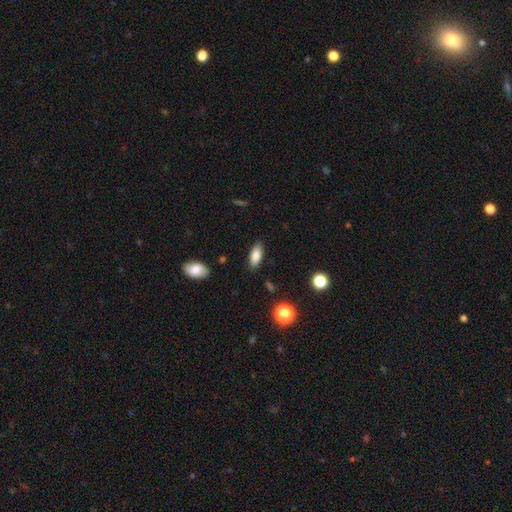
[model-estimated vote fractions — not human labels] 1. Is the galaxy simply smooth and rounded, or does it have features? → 83% smooth, 10% featured or disk, 7% star or artifact.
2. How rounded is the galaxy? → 78% in between, 20% cigar-shaped, 3% round.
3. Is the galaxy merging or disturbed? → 87% none, 10% minor disturbance, 2% major disturbance, 1% merger.